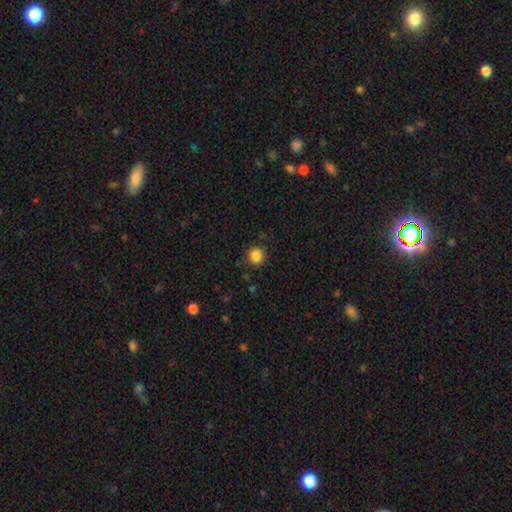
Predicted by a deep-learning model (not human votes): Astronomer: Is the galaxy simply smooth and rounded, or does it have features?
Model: smooth — 86%.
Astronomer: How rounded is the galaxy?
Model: round — 90%.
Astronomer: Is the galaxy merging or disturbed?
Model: none — 88%.